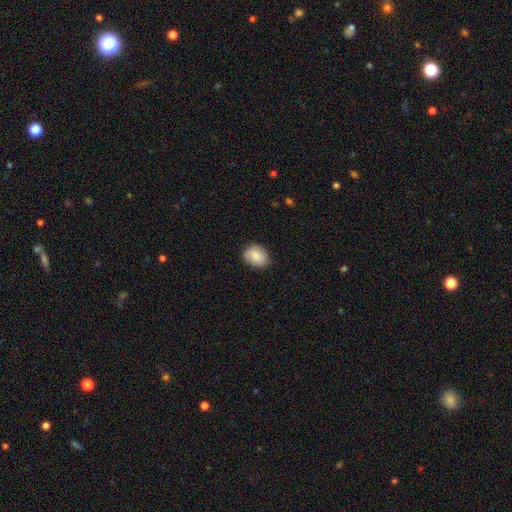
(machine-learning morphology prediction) This is clearly a smooth galaxy (83%). How rounded: possibly in between (58%). Merging: clearly none (84%).